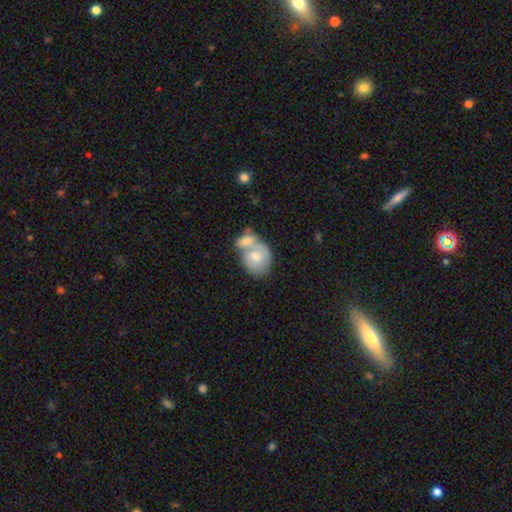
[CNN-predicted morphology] Smooth or featured: smooth — 61% (featured or disk — 33%)
How rounded: round — 57% (in between — 42%)
Merging: merger — 62% (none — 23%)